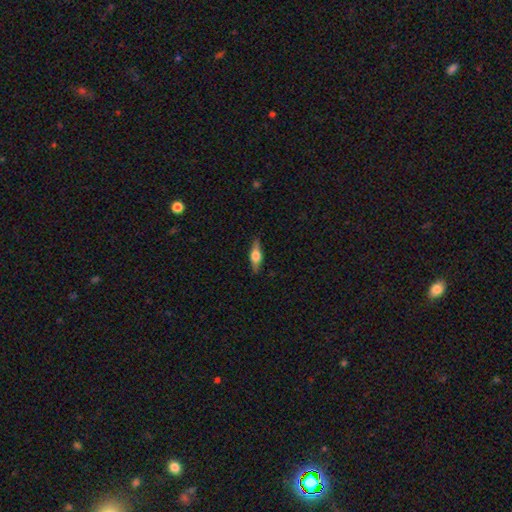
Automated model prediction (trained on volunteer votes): Smooth or featured? featured or disk (52%)
Edge-on disk? yes (93%)
Merging? none (86%)